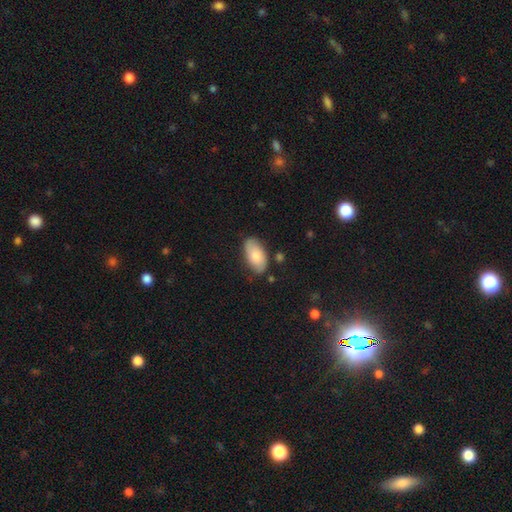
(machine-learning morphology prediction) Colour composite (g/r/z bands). It shows a smooth galaxy with no disk features (74%) that is in between round and cigar-shaped (95%). Merging: none (77%).